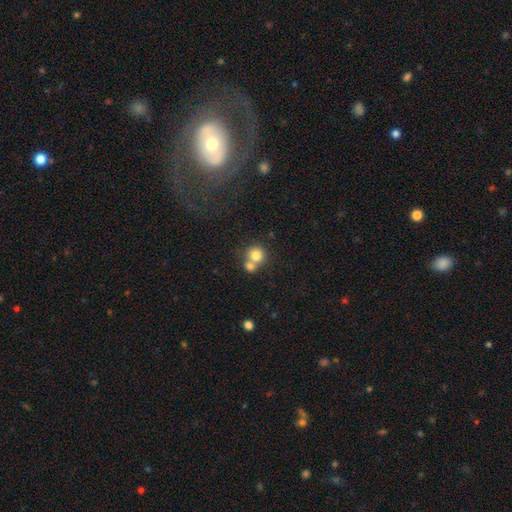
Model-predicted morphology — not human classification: smooth 77%, featured or disk 12%, star or artifact 10%. Down the decision tree: how rounded — round (86%); merging — merger (50%).